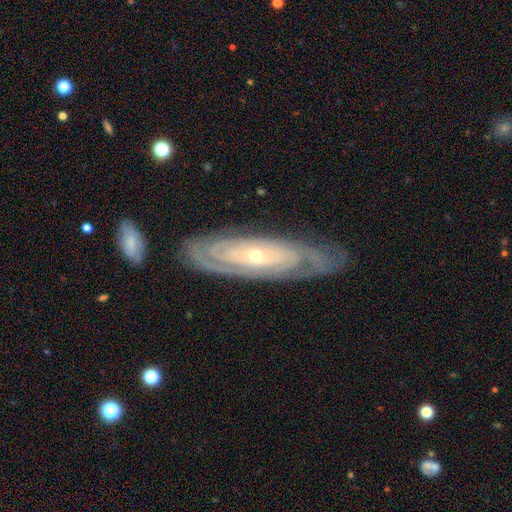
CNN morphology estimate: Smooth or featured? Predicted: featured or disk (p=0.84). Edge-on disk? Predicted: no (p=0.83). Bar? Predicted: no (p=0.75). Spiral arms? Predicted: yes (p=0.88). Spiral winding? Predicted: tight (p=0.80). Spiral arm count? Predicted: can't tell (p=0.52). Bulge size? Predicted: small (p=0.64). Merging? Predicted: none (p=0.77).